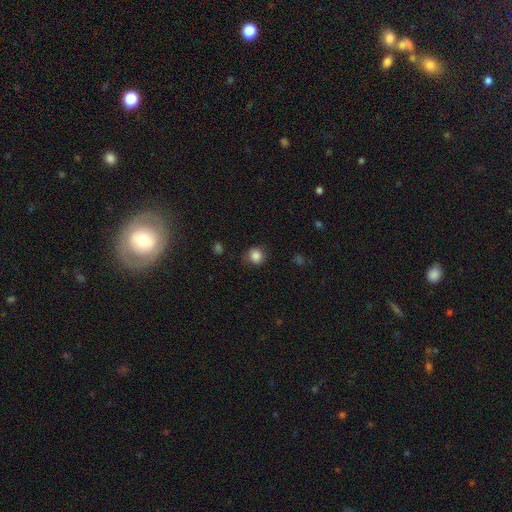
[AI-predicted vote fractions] Q: Smooth or featured?
A: smooth (85%); runner-up: star or artifact (10%)
Q: How rounded?
A: round (84%); runner-up: in between (15%)
Q: Merging?
A: none (77%); runner-up: minor disturbance (17%)